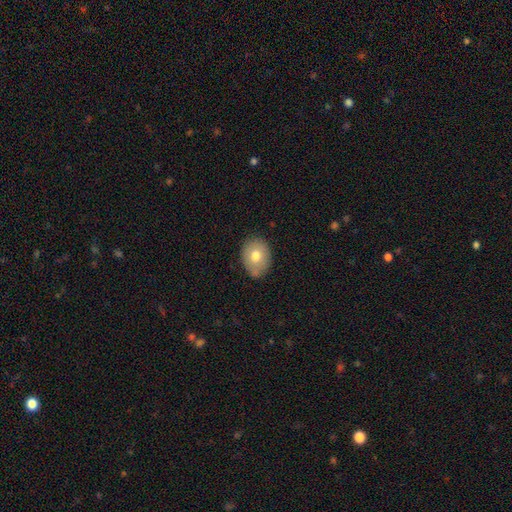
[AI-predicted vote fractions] smooth 73%, featured or disk 19%, star or artifact 9%. Down the decision tree: how rounded — in between (57%); merging — none (74%).